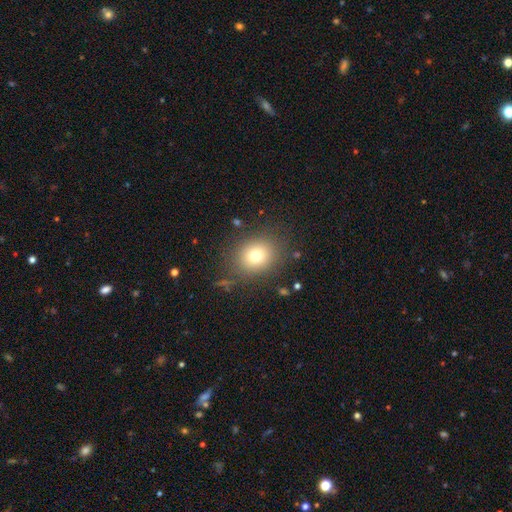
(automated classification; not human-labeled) Smooth or featured?
  - smooth: 75% *
  - star or artifact: 14%
  - featured or disk: 11%
How rounded?
  - round: 66% *
  - in between: 33%
  - cigar-shaped: 1%
Merging?
  - none: 83% *
  - minor disturbance: 10%
  - major disturbance: 5%
  - merger: 2%